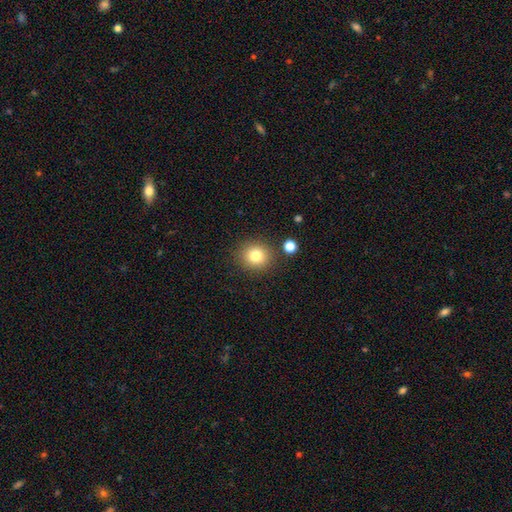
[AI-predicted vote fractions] A smooth galaxy with no disk features (80%) that is round (88%).

Vote fractions:
- Smooth or featured? smooth: 80% / star or artifact: 12% / featured or disk: 8%
- How rounded? round: 88% / in between: 11% / cigar-shaped: 1%
- Merging? none: 86% / minor disturbance: 8% / merger: 4% / major disturbance: 3%